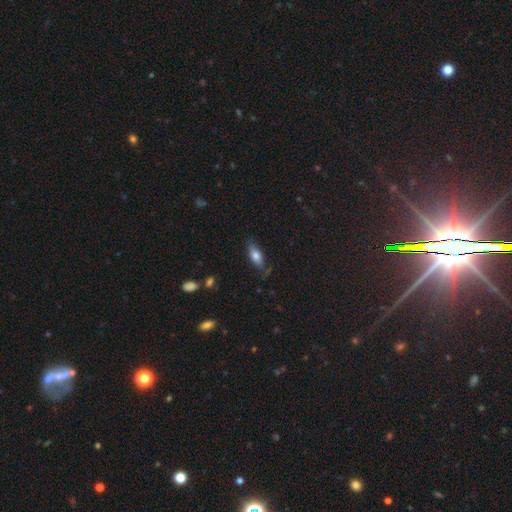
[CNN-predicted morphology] type=smooth (69%); roundness=in between (71%); merging=none (70%).